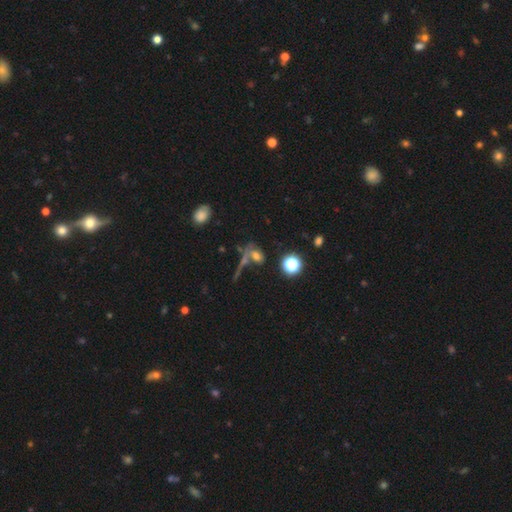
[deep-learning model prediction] This appears to be a smooth galaxy with no disk features (54%) that is in between round and cigar-shaped (59%). Merging: none (39%).